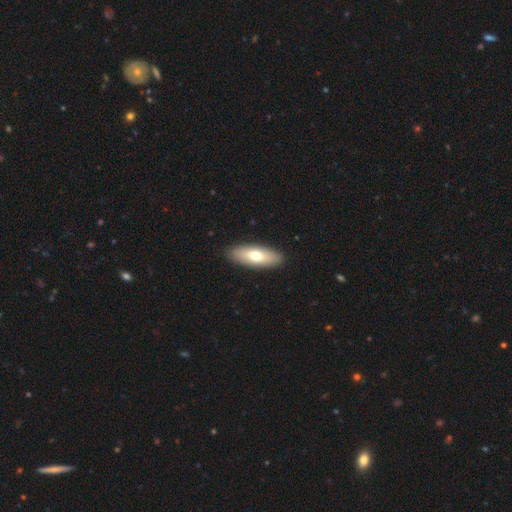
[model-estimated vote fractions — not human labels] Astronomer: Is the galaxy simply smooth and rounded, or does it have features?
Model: smooth — 68%.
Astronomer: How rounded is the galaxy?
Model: in between — 66%.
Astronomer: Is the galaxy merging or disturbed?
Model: none — 90%.